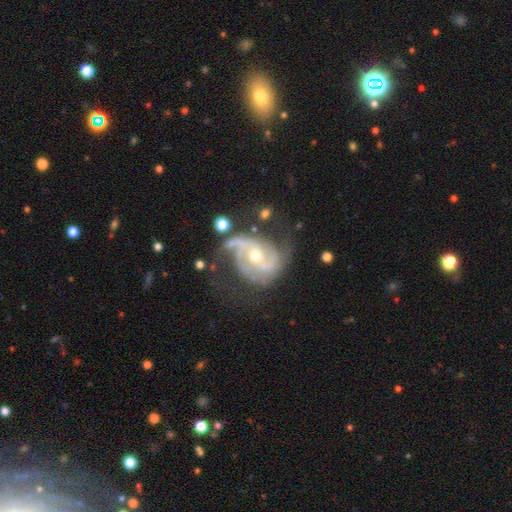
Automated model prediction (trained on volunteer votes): smooth_or_featured: featured or disk (p=0.90) [alt: star or artifact p=0.05]
disk_edge_on: no (p=0.98) [alt: yes p=0.02]
bar: no (p=0.49) [alt: weak p=0.35]
has_spiral_arms: yes (p=0.97) [alt: no p=0.03]
spiral_winding: medium (p=0.49) [alt: tight p=0.30]
spiral_arm_count: 2 (p=0.56) [alt: 3 p=0.23]
bulge_size: moderate (p=0.53) [alt: small p=0.44]
merging: none (p=0.52) [alt: minor disturbance p=0.24]